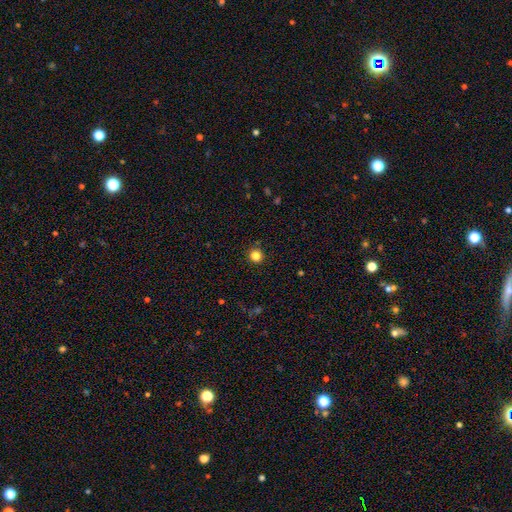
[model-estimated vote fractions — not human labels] Overall: smooth (83%). How rounded: round (91%). Merging: none (91%).